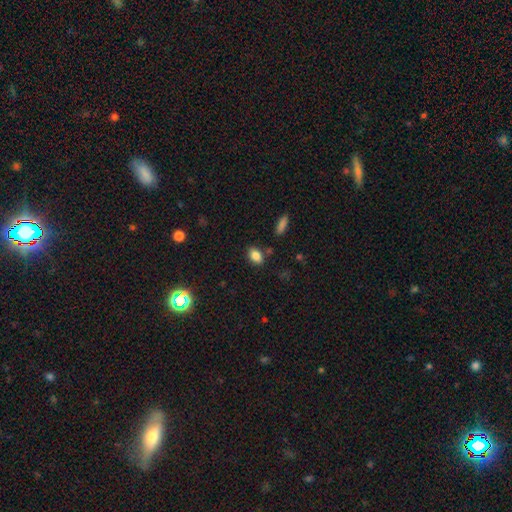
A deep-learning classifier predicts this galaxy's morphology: type=smooth (84%); roundness=in between (82%); merging=none (81%).